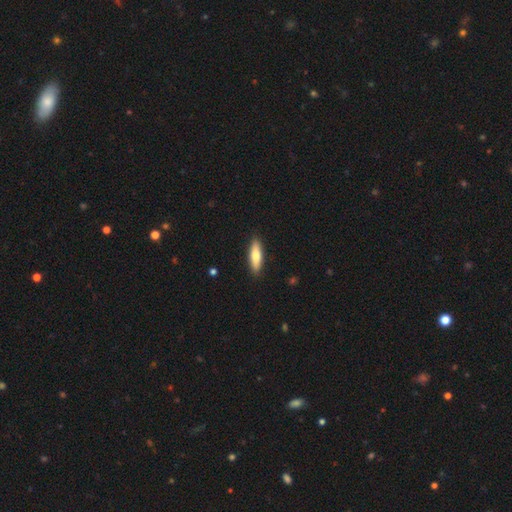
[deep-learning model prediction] Smooth or featured?
  - smooth: 71% *
  - featured or disk: 23%
  - star or artifact: 5%
How rounded?
  - cigar-shaped: 58% *
  - in between: 40%
  - round: 2%
Merging?
  - none: 90% *
  - minor disturbance: 8%
  - major disturbance: 2%
  - merger: 1%